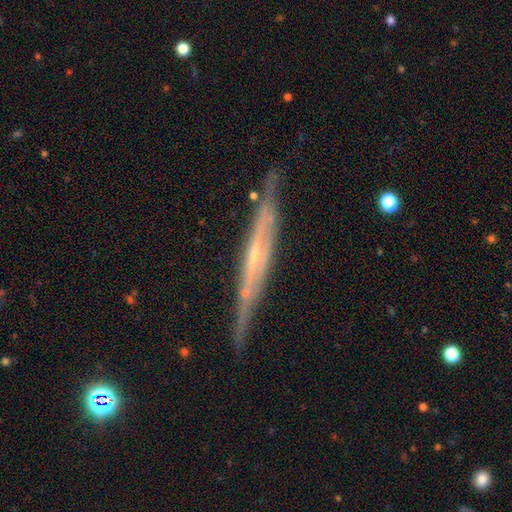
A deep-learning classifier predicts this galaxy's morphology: featured or disk 79%, smooth 15%, star or artifact 6%. Down the decision tree: edge-on disk — yes (89%); edge-on bulge — none (51%); merging — none (76%).